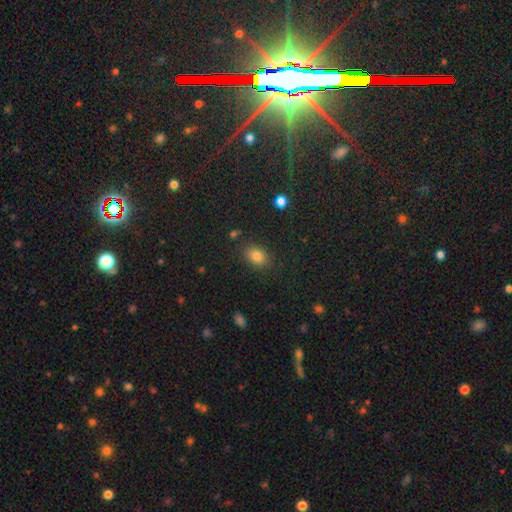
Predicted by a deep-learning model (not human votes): This appears to be a smooth galaxy with no disk features (80%) that is in between round and cigar-shaped (72%). Merging: none (84%).